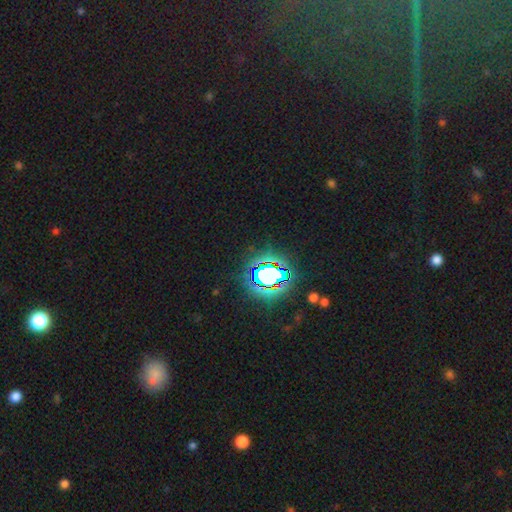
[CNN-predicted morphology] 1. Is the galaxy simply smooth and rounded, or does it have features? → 81% star or artifact, 11% smooth, 8% featured or disk.